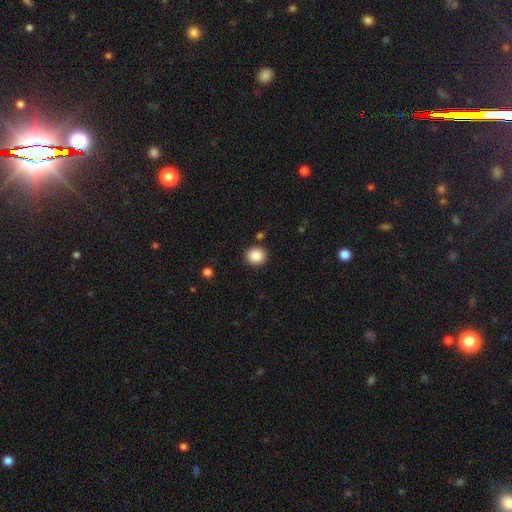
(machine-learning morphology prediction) smooth 88%, star or artifact 9%, featured or disk 4%. Down the decision tree: how rounded — round (86%); merging — none (89%).